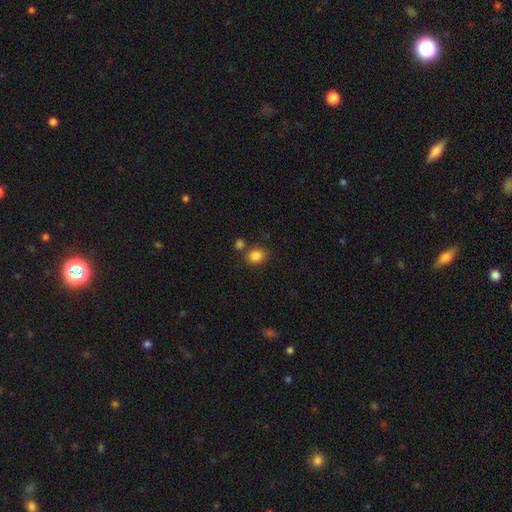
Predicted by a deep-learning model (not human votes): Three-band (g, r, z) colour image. It shows a smooth galaxy with no disk features (84%) that is round (55%). Merging: none (71%).